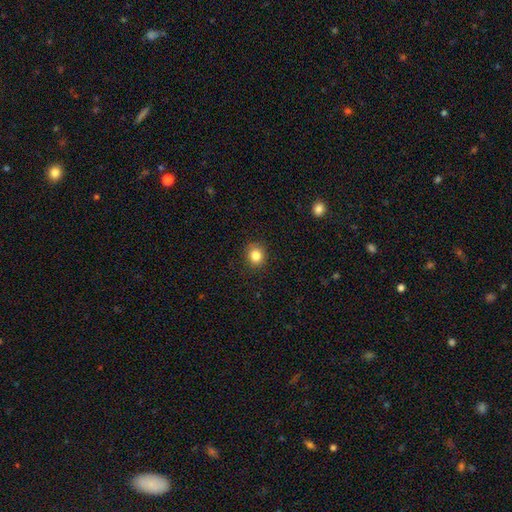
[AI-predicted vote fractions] A smooth galaxy with no disk features (83%) that is round (78%). Merging: none (88%).